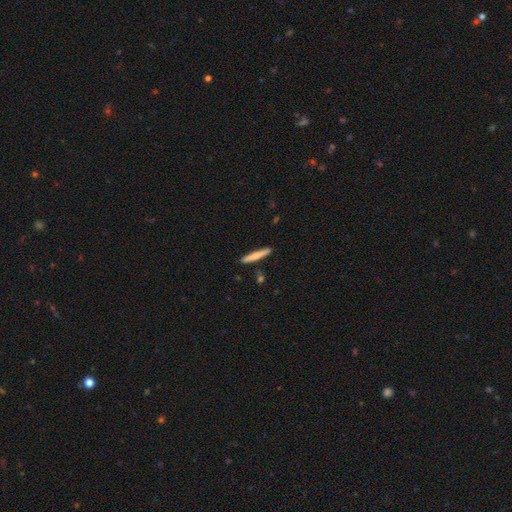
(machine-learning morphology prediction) smooth 73%, featured or disk 22%, star or artifact 5%. Down the decision tree: how rounded — cigar-shaped (94%); merging — none (89%).